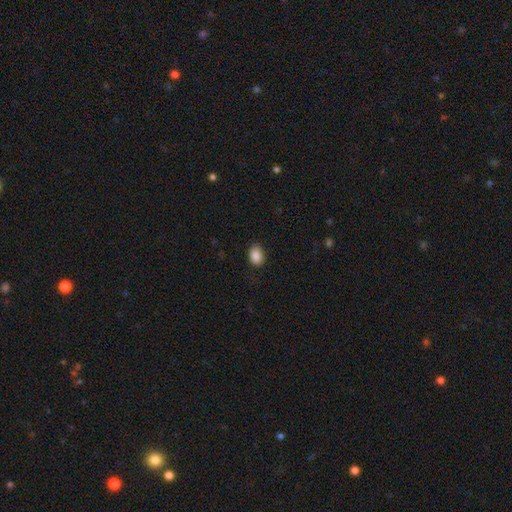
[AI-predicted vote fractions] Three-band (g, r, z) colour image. It shows a smooth galaxy with no disk features (88%) that is in between round and cigar-shaped (75%). Merging: none (83%).